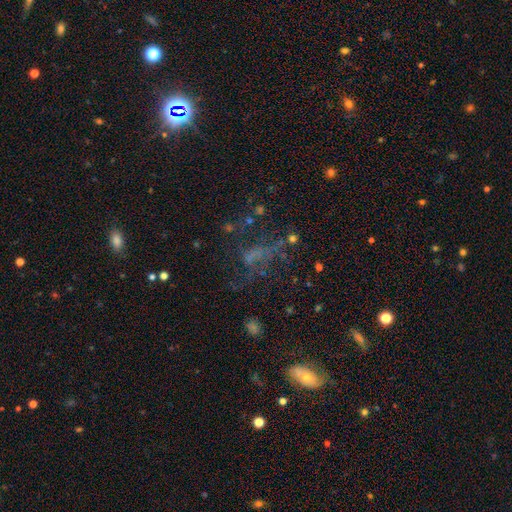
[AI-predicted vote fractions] star or artifact 37%, featured or disk 34%, smooth 29%.